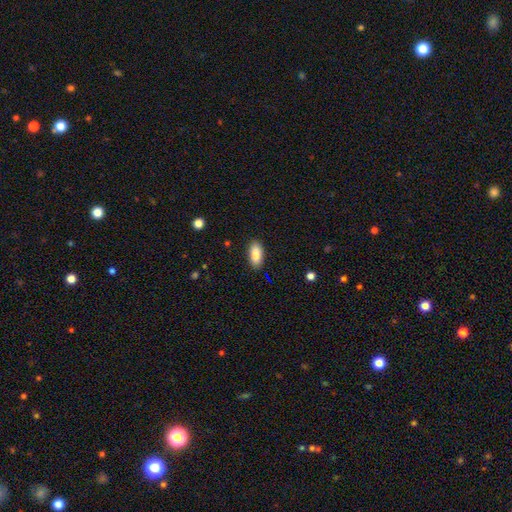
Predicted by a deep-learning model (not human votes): smooth 88%, star or artifact 7%, featured or disk 5%. Down the decision tree: how rounded — in between (88%); merging — none (87%).